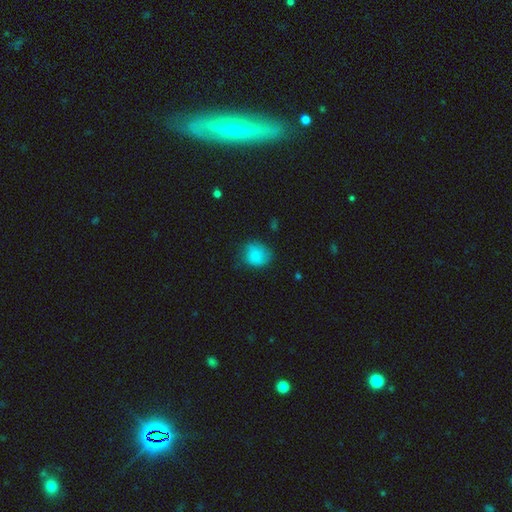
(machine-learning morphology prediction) Q: Smooth or featured?
A: smooth (80%); runner-up: featured or disk (11%)
Q: How rounded?
A: round (66%); runner-up: in between (33%)
Q: Merging?
A: none (60%); runner-up: minor disturbance (29%)